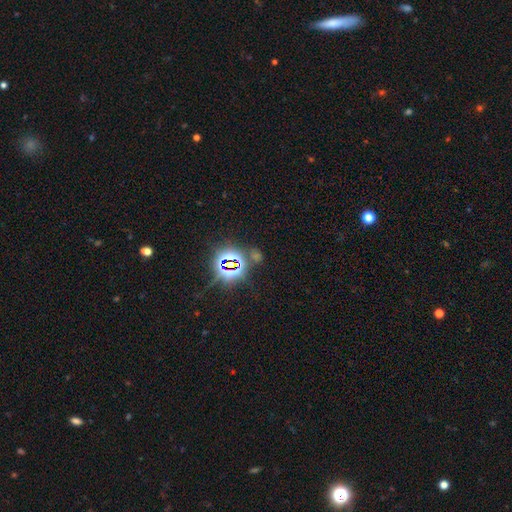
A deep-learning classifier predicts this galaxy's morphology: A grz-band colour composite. It shows a star or artifact, not a galaxy (77%).